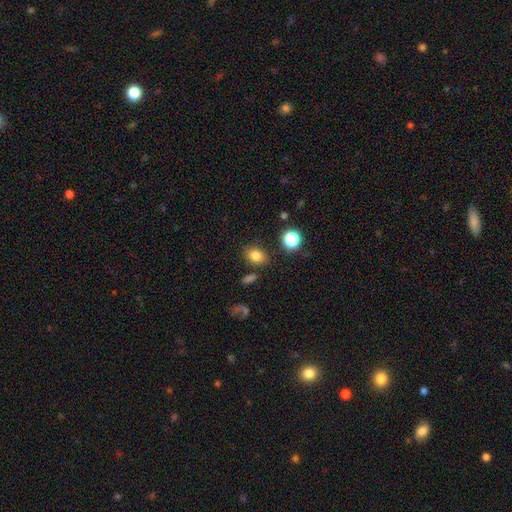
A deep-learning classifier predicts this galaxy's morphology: Smooth or featured: smooth — 80% (star or artifact — 12%)
How rounded: in between — 69% (round — 30%)
Merging: none — 80% (minor disturbance — 11%)